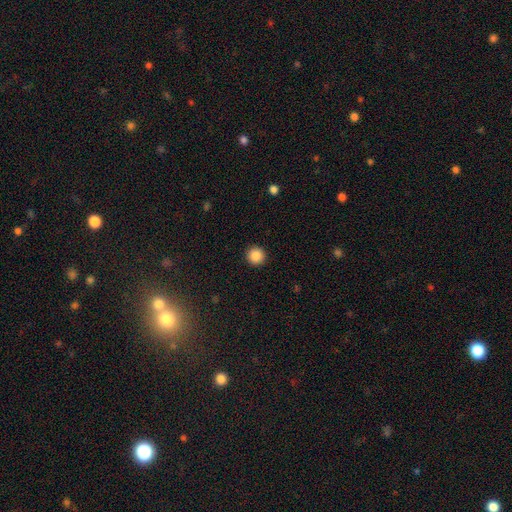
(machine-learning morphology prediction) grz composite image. It shows a smooth galaxy with no disk features (87%) that is round (95%). Merging: none (93%).